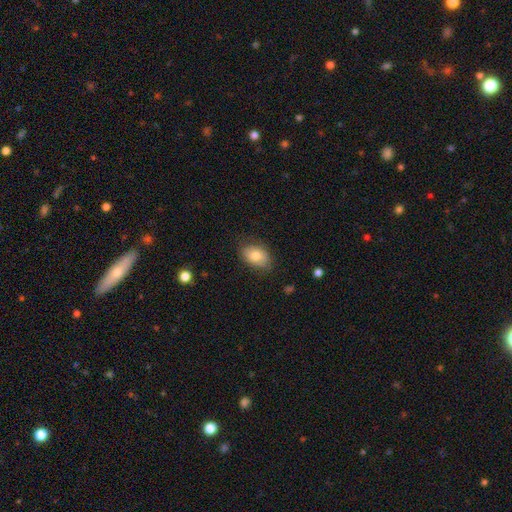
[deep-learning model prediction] Smooth or featured?
  - smooth: 77% *
  - featured or disk: 16%
  - star or artifact: 8%
How rounded?
  - in between: 83% *
  - round: 16%
  - cigar-shaped: 1%
Merging?
  - none: 77% *
  - minor disturbance: 18%
  - major disturbance: 4%
  - merger: 1%